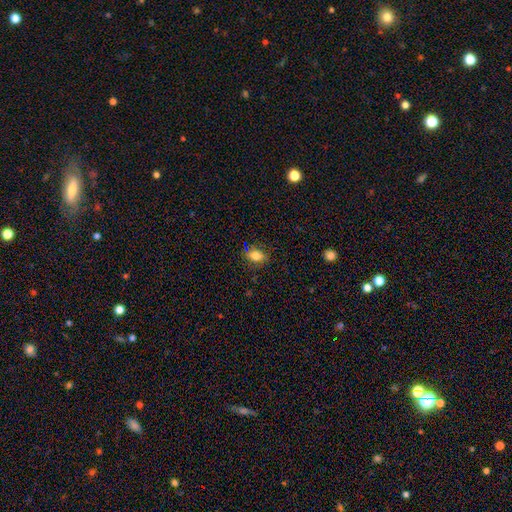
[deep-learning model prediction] Morphology: type=smooth (76%); roundness=in between (74%); merging=none (81%).